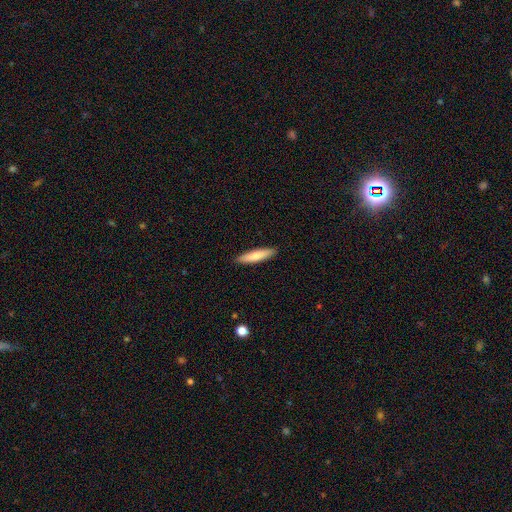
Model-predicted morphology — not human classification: The model was most divided on "smooth or featured": smooth: 77%, featured or disk: 17%, star or artifact: 5%. More confident: merging — none (91%); how rounded — cigar-shaped (82%).